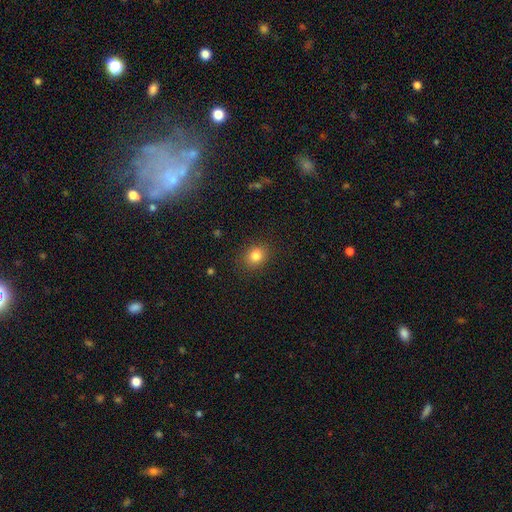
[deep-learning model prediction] This appears to be a smooth galaxy with no disk features (82%) that is round (66%). Merging: none (88%).